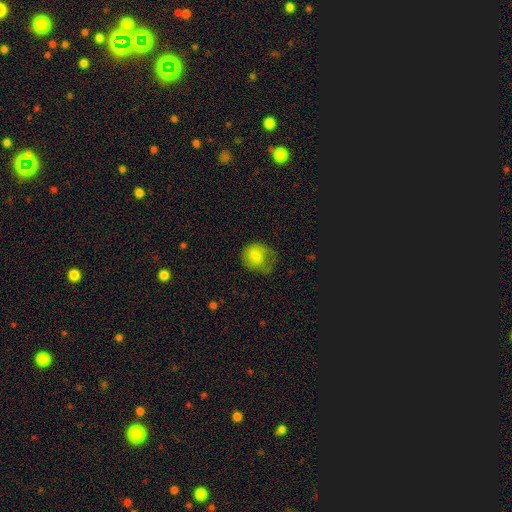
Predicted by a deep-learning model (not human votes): Overall: smooth (76%). How rounded: round (63%; in between 36%). Merging: none (39%; minor disturbance 31%).